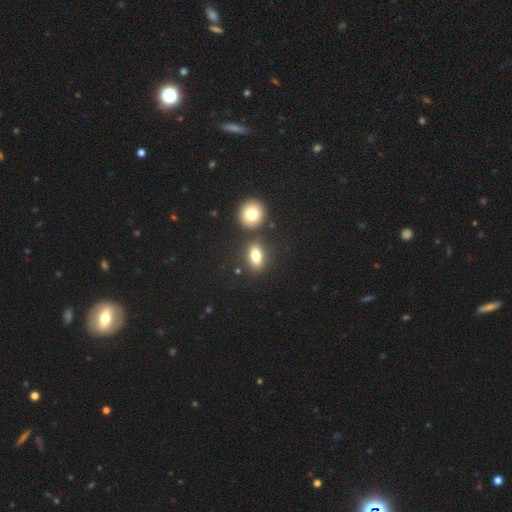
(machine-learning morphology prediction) This is likely a smooth galaxy (75%). How rounded: likely in between (74%). Merging: likely none (76%).